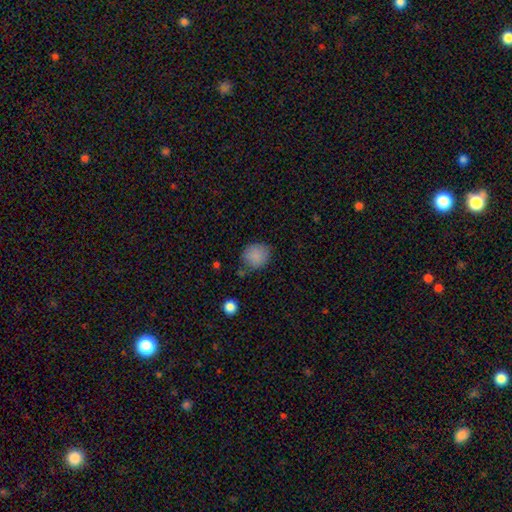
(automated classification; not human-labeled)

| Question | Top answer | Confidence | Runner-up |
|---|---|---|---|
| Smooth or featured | smooth | 86% | star or artifact (9%) |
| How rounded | round | 74% | in between (25%) |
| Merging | none | 71% | minor disturbance (21%) |